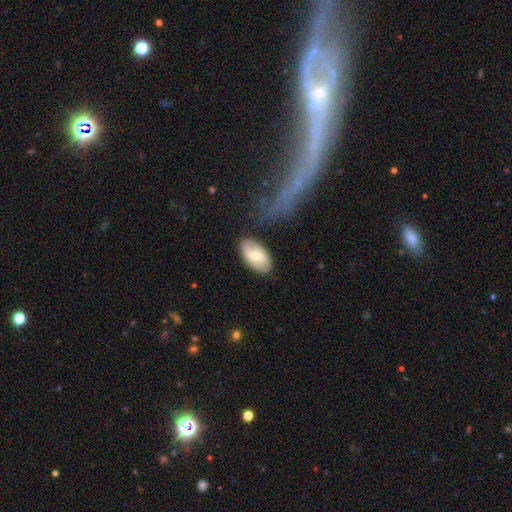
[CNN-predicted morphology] Smooth or featured? smooth (49%)
Merging? none (82%)